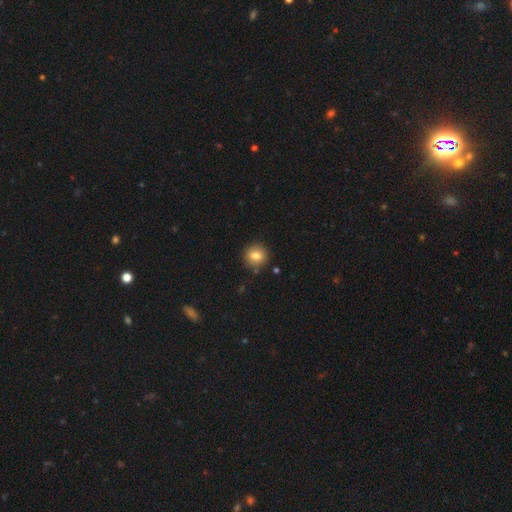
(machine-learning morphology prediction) Smooth or featured? smooth (82%)
How rounded? round (86%)
Merging? none (88%)